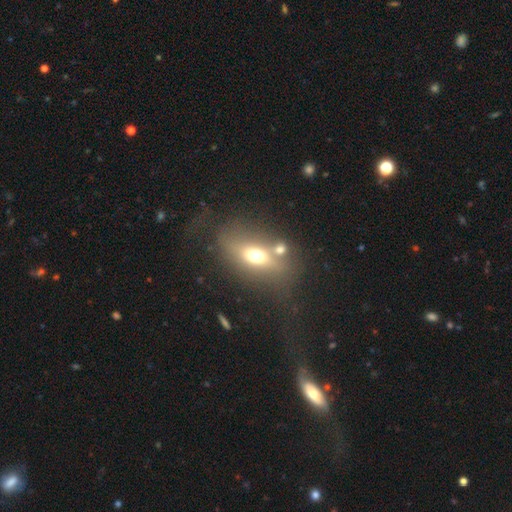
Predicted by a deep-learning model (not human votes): Q: Smooth or featured?
A: smooth (57%); runner-up: featured or disk (29%)
Q: How rounded?
A: in between (72%); runner-up: round (19%)
Q: Merging?
A: none (52%); runner-up: merger (18%)